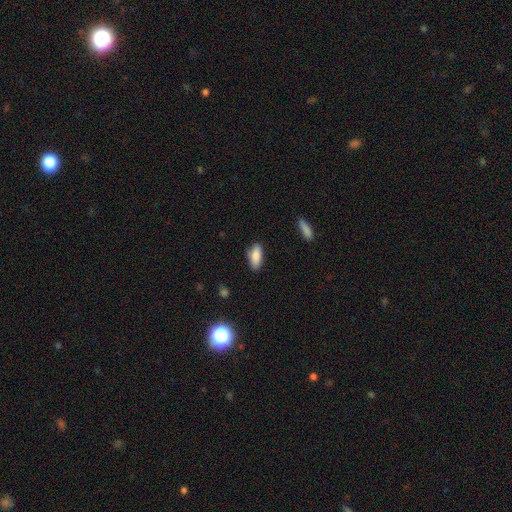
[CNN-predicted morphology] smooth_or_featured: smooth (p=0.85) [alt: featured or disk p=0.08]
how_rounded: in between (p=0.80) [alt: cigar-shaped p=0.18]
merging: none (p=0.83) [alt: minor disturbance p=0.13]